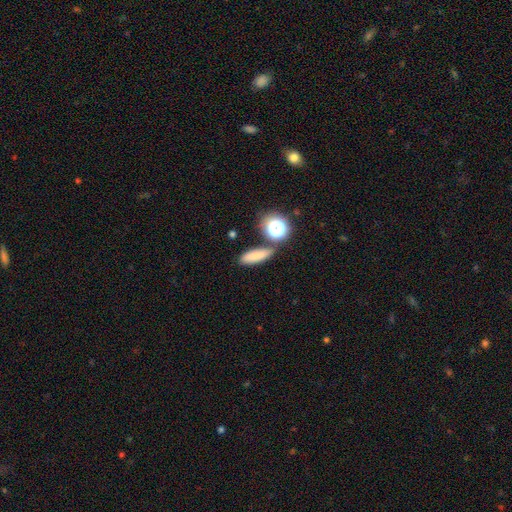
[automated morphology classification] This appears to be a smooth galaxy with no disk features (78%) that is in between round and cigar-shaped (45%). Merging: none (76%).